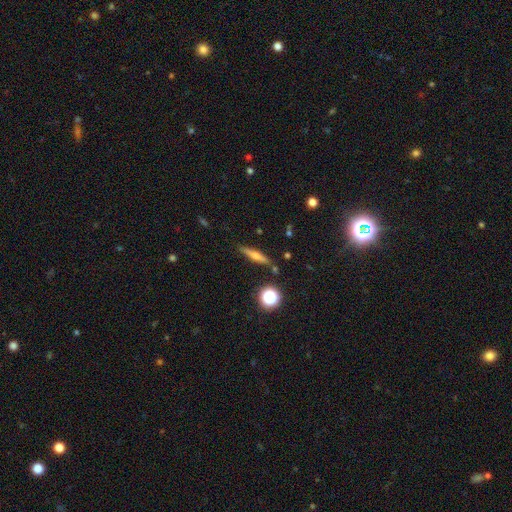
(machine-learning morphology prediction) Smooth or featured? smooth (48%)
Merging? none (85%)